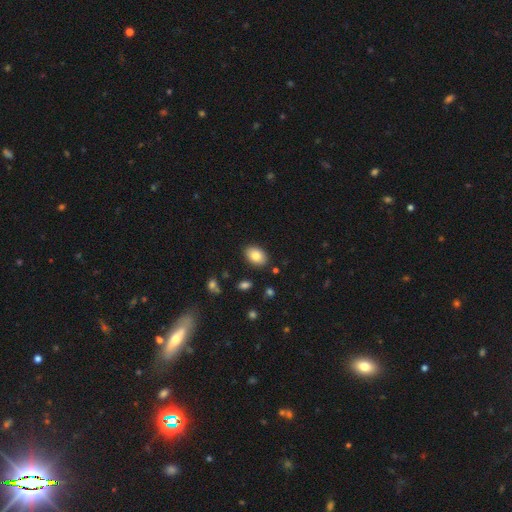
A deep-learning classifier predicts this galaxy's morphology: smooth_or_featured: smooth (p=0.83) [alt: featured or disk p=0.10]
how_rounded: in between (p=0.87) [alt: round p=0.12]
merging: none (p=0.88) [alt: minor disturbance p=0.09]